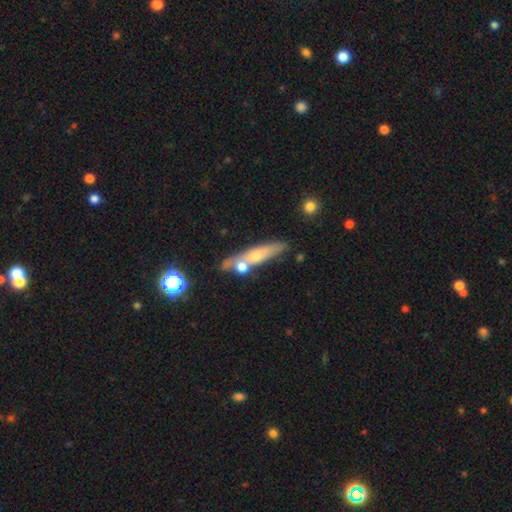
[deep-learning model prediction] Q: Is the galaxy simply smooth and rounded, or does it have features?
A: smooth — 47%.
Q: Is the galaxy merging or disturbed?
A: none — 60%.